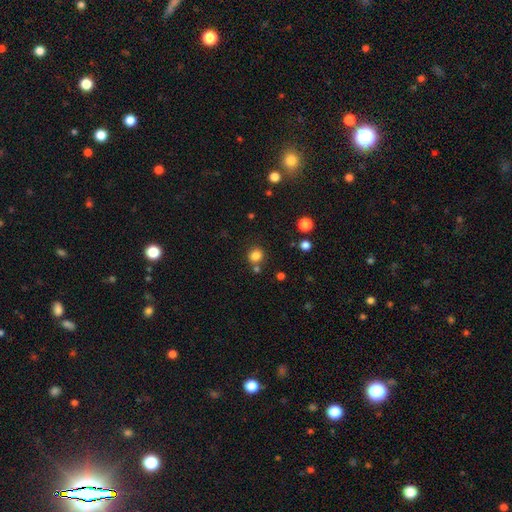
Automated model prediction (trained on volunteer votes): smooth 82%, star or artifact 13%, featured or disk 5%. Down the decision tree: how rounded — round (85%); merging — none (76%).